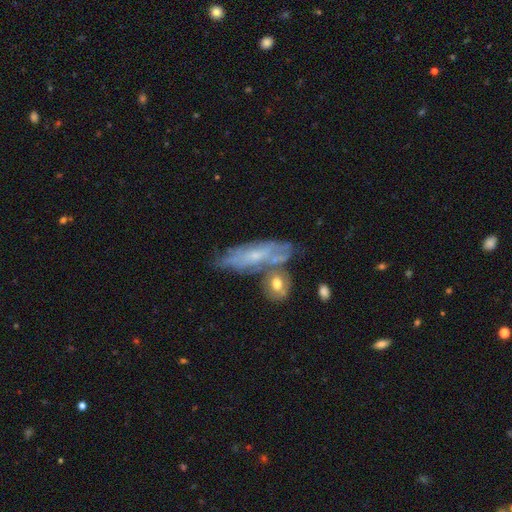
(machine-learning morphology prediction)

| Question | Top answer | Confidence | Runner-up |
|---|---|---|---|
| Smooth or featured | featured or disk | 60% | smooth (31%) |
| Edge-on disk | no | 71% | yes (29%) |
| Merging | none | 50% | merger (24%) |